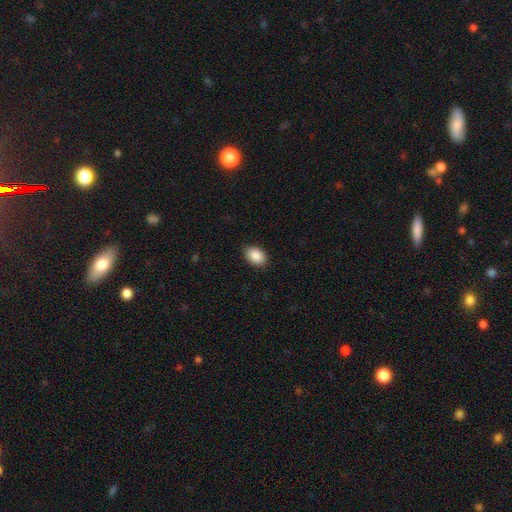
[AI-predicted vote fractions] smooth-or-featured: smooth: 90% | star or artifact: 7% | featured or disk: 3%
  how-rounded: in between: 83% | round: 16% | cigar-shaped: 1%
  merging: none: 86% | minor disturbance: 10% | major disturbance: 2% | merger: 1%